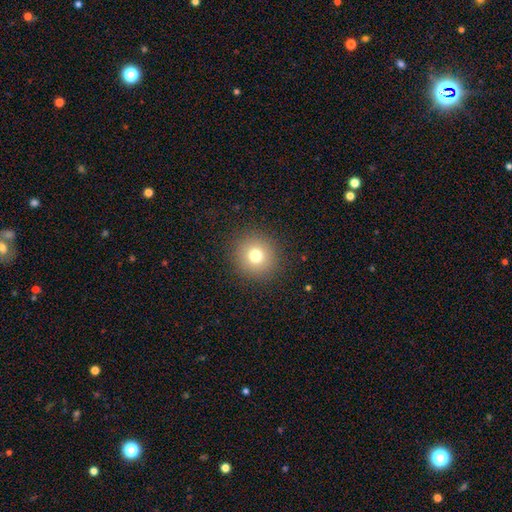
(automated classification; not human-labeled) smooth 75%, star or artifact 14%, featured or disk 11%. Down the decision tree: how rounded — round (93%); merging — none (90%).